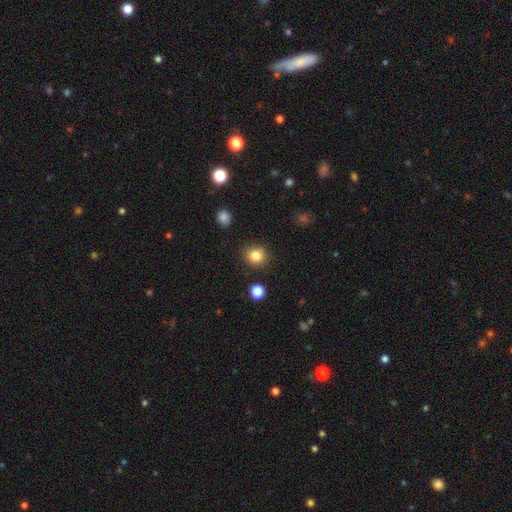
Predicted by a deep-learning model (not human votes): Q: Smooth or featured?
A: smooth (83%); runner-up: star or artifact (11%)
Q: How rounded?
A: round (86%); runner-up: in between (13%)
Q: Merging?
A: none (87%); runner-up: minor disturbance (8%)